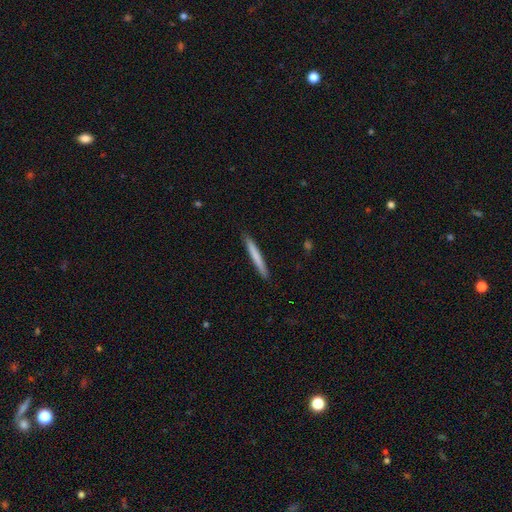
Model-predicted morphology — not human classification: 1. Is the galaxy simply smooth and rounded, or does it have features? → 72% smooth, 22% featured or disk, 6% star or artifact.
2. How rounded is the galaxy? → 97% cigar-shaped, 2% in between, 1% round.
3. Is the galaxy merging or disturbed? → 91% none, 6% minor disturbance, 1% major disturbance, 1% merger.